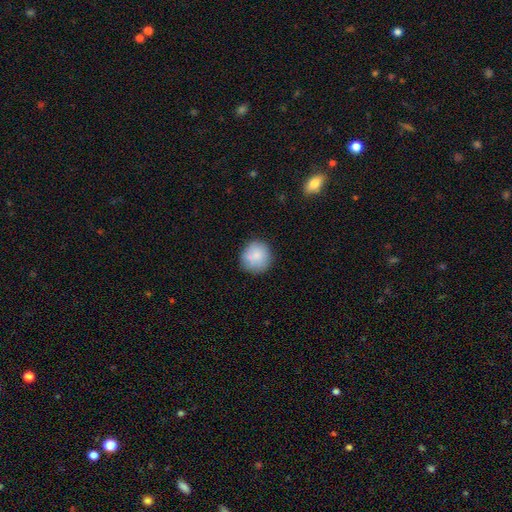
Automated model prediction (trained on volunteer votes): Smooth or featured: smooth — 82% (featured or disk — 11%)
How rounded: round — 91% (in between — 8%)
Merging: none — 75% (minor disturbance — 14%)